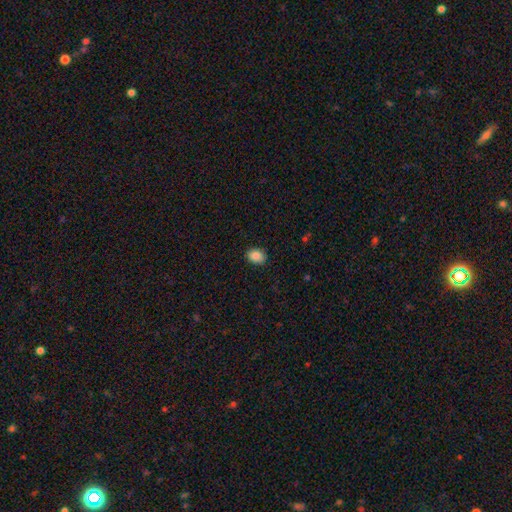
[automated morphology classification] A smooth galaxy with no disk features (88%) that is in between round and cigar-shaped (69%).

Vote fractions:
- Smooth or featured? smooth: 88% / star or artifact: 8% / featured or disk: 4%
- How rounded? in between: 69% / round: 31% / cigar-shaped: 1%
- Merging? none: 88% / minor disturbance: 9% / major disturbance: 2% / merger: 1%